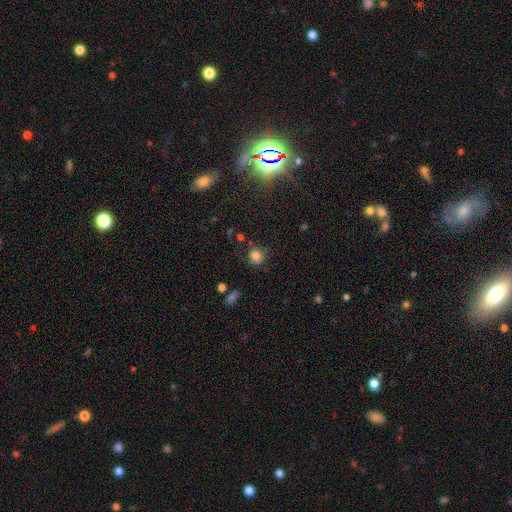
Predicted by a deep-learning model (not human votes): Overall: smooth (79%). How rounded: round (72%). Merging: none (67%).